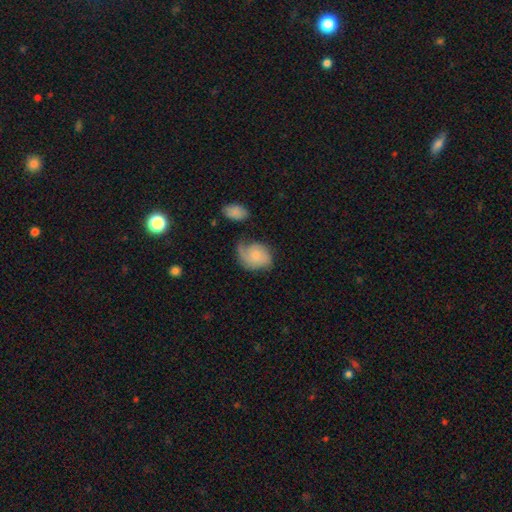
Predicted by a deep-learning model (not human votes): A smooth galaxy with no disk features (47%).

Vote fractions:
- Smooth or featured? smooth: 47% / featured or disk: 46% / star or artifact: 7%
- Merging? none: 40% / minor disturbance: 30% / major disturbance: 23% / merger: 6%